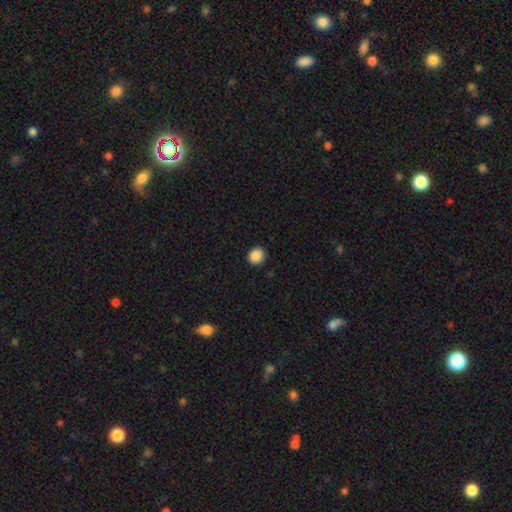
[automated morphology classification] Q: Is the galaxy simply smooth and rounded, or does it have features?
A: smooth — 88%.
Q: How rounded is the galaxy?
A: round — 86%.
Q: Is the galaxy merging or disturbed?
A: none — 90%.